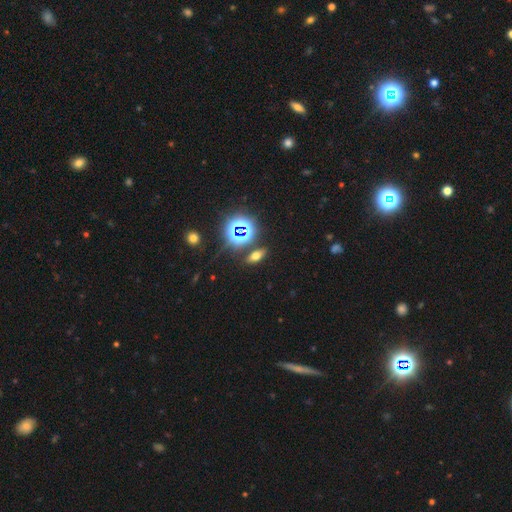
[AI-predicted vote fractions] Smooth or featured? Predicted: smooth (p=0.49). Merging? Predicted: none (p=0.85).